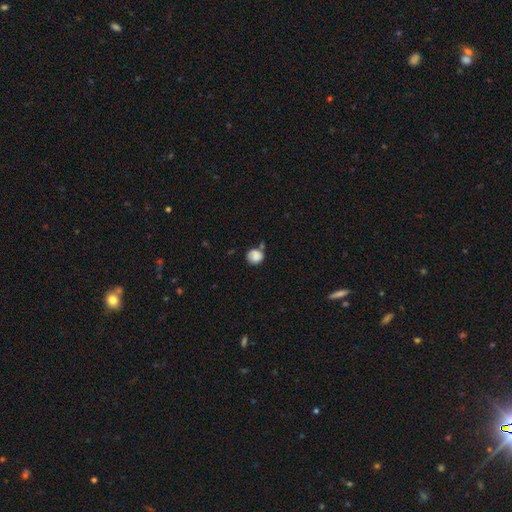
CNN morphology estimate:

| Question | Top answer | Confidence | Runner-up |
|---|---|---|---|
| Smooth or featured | smooth | 81% | featured or disk (10%) |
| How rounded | round | 82% | in between (17%) |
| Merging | none | 57% | minor disturbance (23%) |